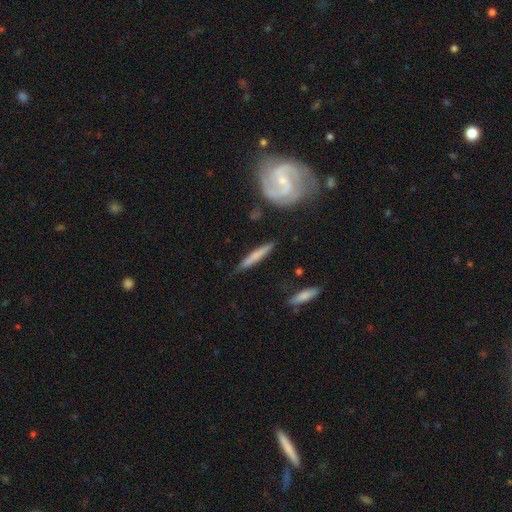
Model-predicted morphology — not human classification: The model was most divided on "smooth or featured": smooth: 58%, featured or disk: 36%, star or artifact: 6%. More confident: how rounded — cigar-shaped (93%); merging — none (82%).